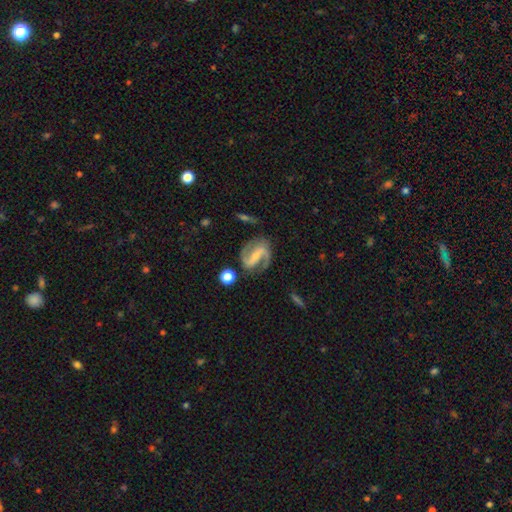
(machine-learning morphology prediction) Smooth or featured?
  - featured or disk: 89% *
  - smooth: 6%
  - star or artifact: 5%
Edge-on disk?
  - no: 97% *
  - yes: 3%
Bar?
  - strong: 52% *
  - weak: 32%
  - no: 16%
Spiral arms?
  - yes: 97% *
  - no: 3%
Spiral winding?
  - medium: 53% *
  - loose: 27%
  - tight: 20%
Spiral arm count?
  - 2: 92% *
  - 1: 2%
  - can't tell: 2%
  - 3: 1%
  - 4: 1%
  - more than 4: 1%
Bulge size?
  - small: 60% *
  - moderate: 24%
  - none: 13%
  - large: 2%
  - dominant: 1%
Merging?
  - none: 77% *
  - minor disturbance: 14%
  - major disturbance: 6%
  - merger: 3%